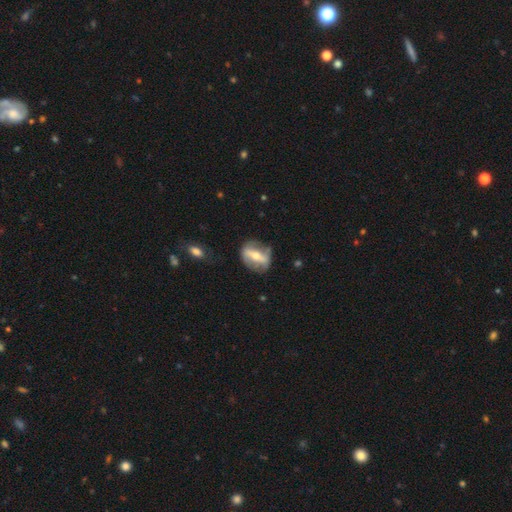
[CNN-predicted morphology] A featured or disk galaxy (68%) with a strong bar (72%), no spiral arms (59%) and a moderate central bulge (58%). Merging: none (72%).